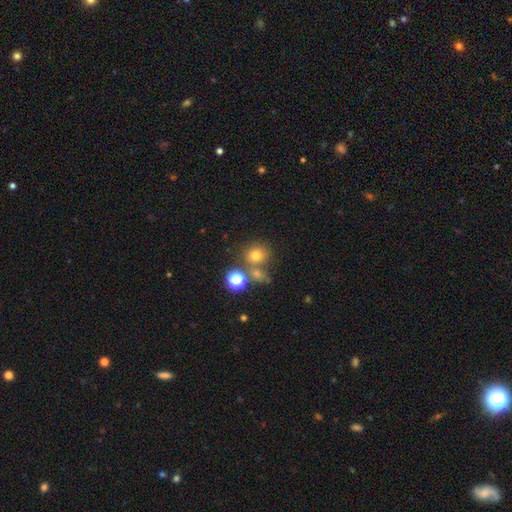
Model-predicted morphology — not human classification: Smooth or featured? Predicted: smooth (p=0.71). How rounded? Predicted: round (p=0.78). Merging? Predicted: none (p=0.60).